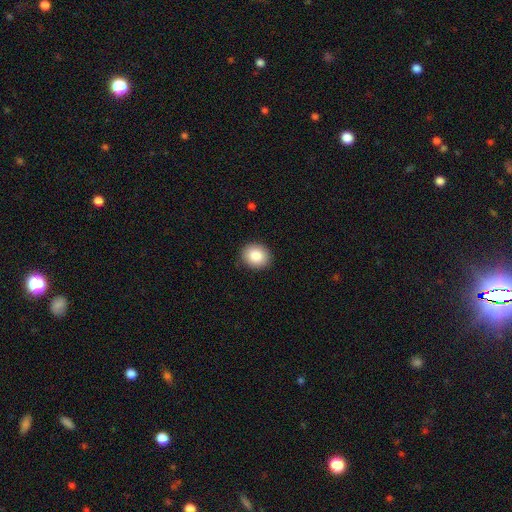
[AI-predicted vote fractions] Overall: smooth (86%). How rounded: round (67%; in between 32%). Merging: none (89%).